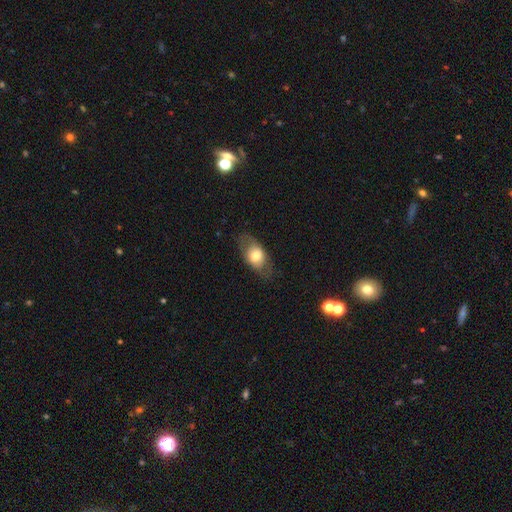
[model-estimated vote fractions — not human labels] Q: Smooth or featured?
A: smooth (65%); runner-up: featured or disk (29%)
Q: How rounded?
A: in between (84%); runner-up: round (13%)
Q: Merging?
A: none (75%); runner-up: minor disturbance (17%)